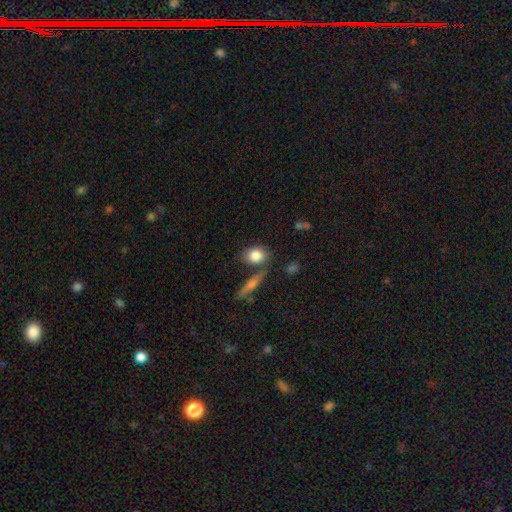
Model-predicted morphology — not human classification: smooth-or-featured: smooth: 82% | featured or disk: 11% | star or artifact: 8%
  how-rounded: in between: 56% | round: 40% | cigar-shaped: 5%
  merging: none: 67% | merger: 14% | minor disturbance: 14% | major disturbance: 4%